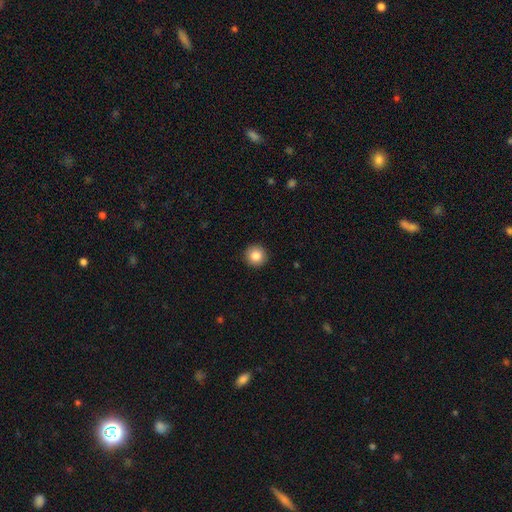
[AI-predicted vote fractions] Smooth or featured? Predicted: smooth (p=0.84). How rounded? Predicted: round (p=0.95). Merging? Predicted: none (p=0.93).